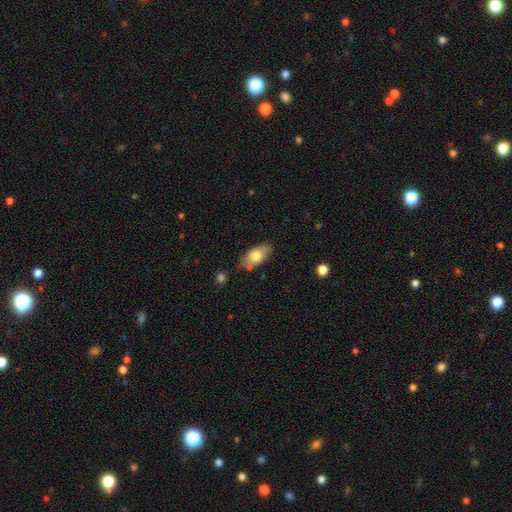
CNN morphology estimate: Overall: smooth (73%). How rounded: in between (89%). Merging: none (77%).